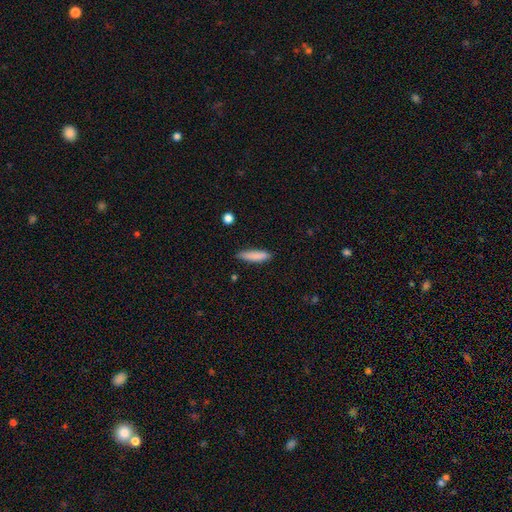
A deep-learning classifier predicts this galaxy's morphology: smooth_or_featured: smooth (p=0.84) [alt: featured or disk p=0.09]
how_rounded: cigar-shaped (p=0.74) [alt: in between p=0.24]
merging: none (p=0.77) [alt: minor disturbance p=0.18]